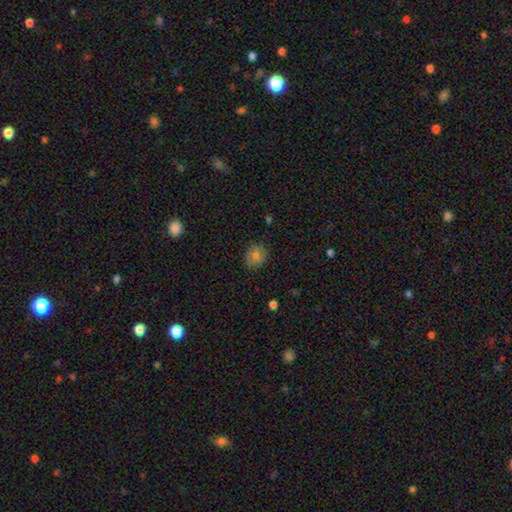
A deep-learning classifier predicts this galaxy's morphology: Q: Smooth or featured?
A: smooth (75%); runner-up: featured or disk (14%)
Q: How rounded?
A: round (75%); runner-up: in between (24%)
Q: Merging?
A: none (85%); runner-up: minor disturbance (11%)